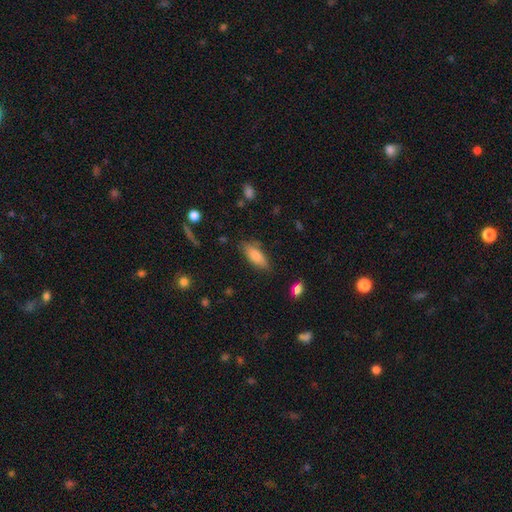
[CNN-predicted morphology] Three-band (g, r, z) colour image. It shows a smooth galaxy with no disk features (82%) that is in between round and cigar-shaped (76%). Merging: none (76%).